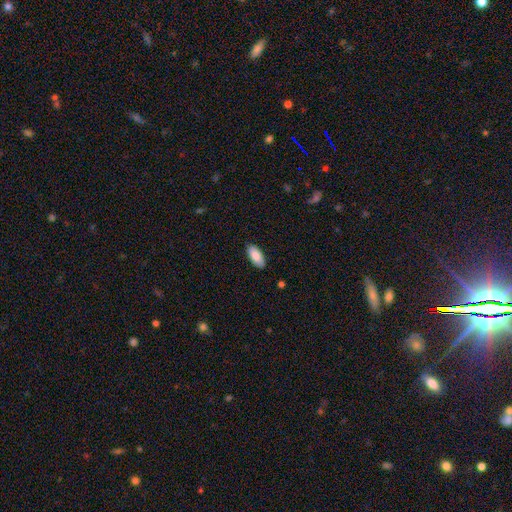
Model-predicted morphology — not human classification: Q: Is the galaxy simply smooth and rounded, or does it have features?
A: smooth — 87%.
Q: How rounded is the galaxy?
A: in between — 89%.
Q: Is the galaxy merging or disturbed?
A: none — 88%.